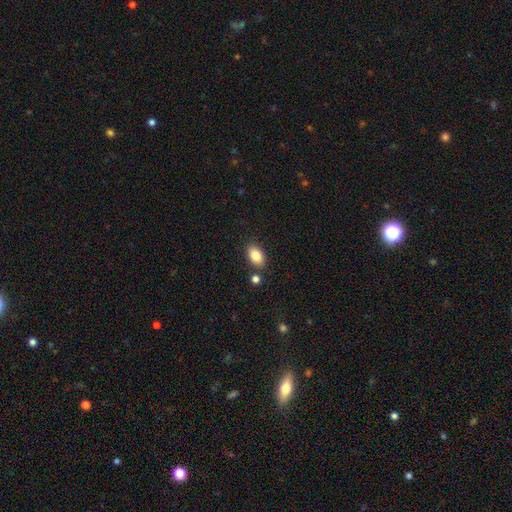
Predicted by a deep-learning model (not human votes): Smooth or featured?
  - smooth: 85% *
  - star or artifact: 8%
  - featured or disk: 7%
How rounded?
  - in between: 90% *
  - round: 8%
  - cigar-shaped: 2%
Merging?
  - none: 82% *
  - minor disturbance: 10%
  - merger: 6%
  - major disturbance: 2%